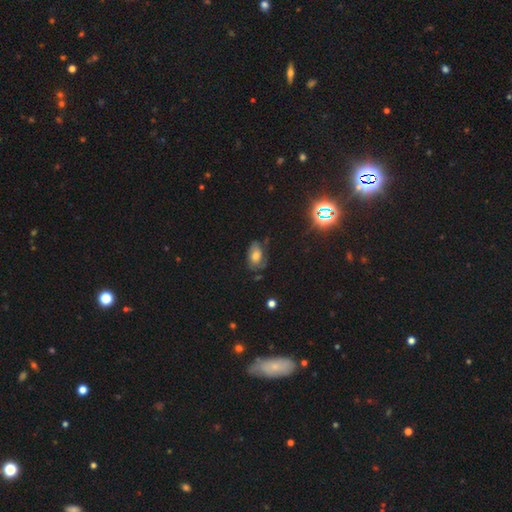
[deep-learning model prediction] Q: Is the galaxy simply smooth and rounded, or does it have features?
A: smooth — 53%.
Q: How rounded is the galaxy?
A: in between — 86%.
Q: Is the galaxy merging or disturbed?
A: none — 51%.